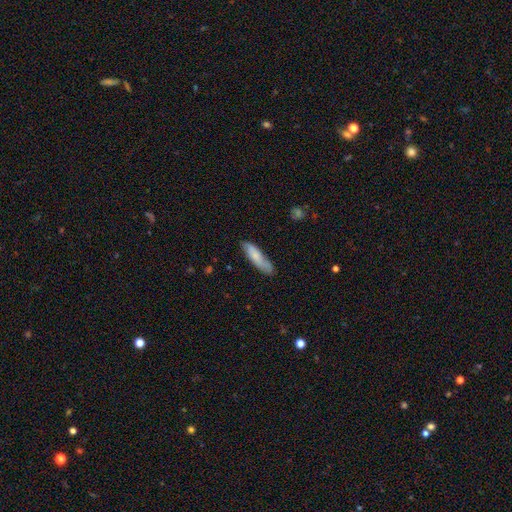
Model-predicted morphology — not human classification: Q: Smooth or featured?
A: smooth (73%); runner-up: featured or disk (22%)
Q: How rounded?
A: cigar-shaped (68%); runner-up: in between (30%)
Q: Merging?
A: none (75%); runner-up: minor disturbance (19%)